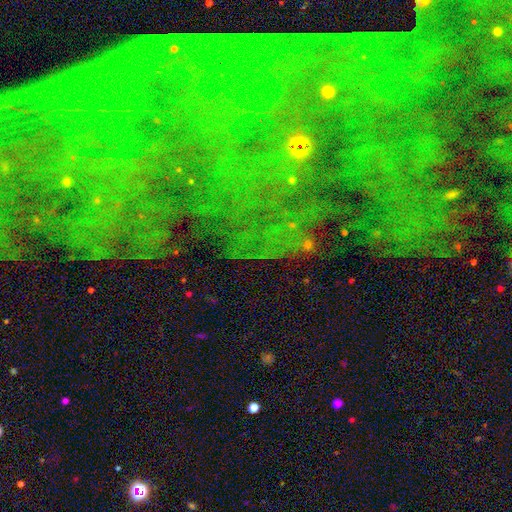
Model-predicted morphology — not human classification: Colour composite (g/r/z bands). It shows a star or artifact, not a galaxy (72%).